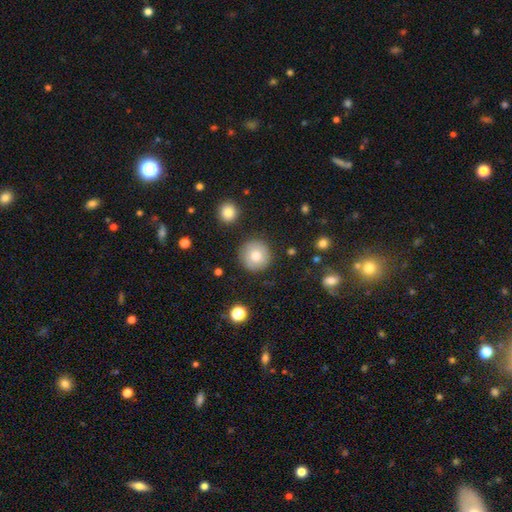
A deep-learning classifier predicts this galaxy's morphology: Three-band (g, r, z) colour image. It shows a smooth galaxy with no disk features (76%) that is round (95%). Merging: none (87%).